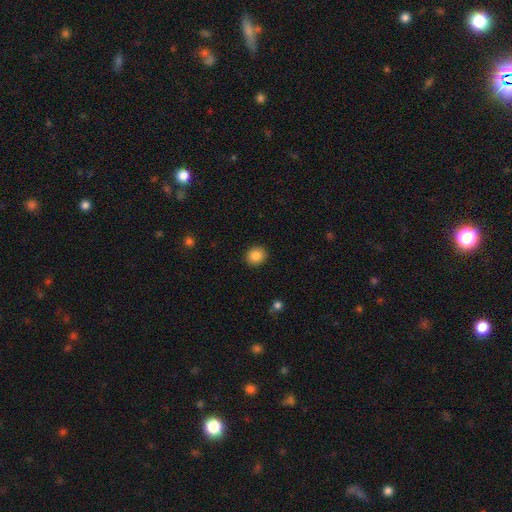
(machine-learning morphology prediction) A smooth galaxy with no disk features (86%) that is round (81%).

Vote fractions:
- Smooth or featured? smooth: 86% / star or artifact: 10% / featured or disk: 5%
- How rounded? round: 81% / in between: 18% / cigar-shaped: 1%
- Merging? none: 91% / minor disturbance: 6% / major disturbance: 2% / merger: 1%